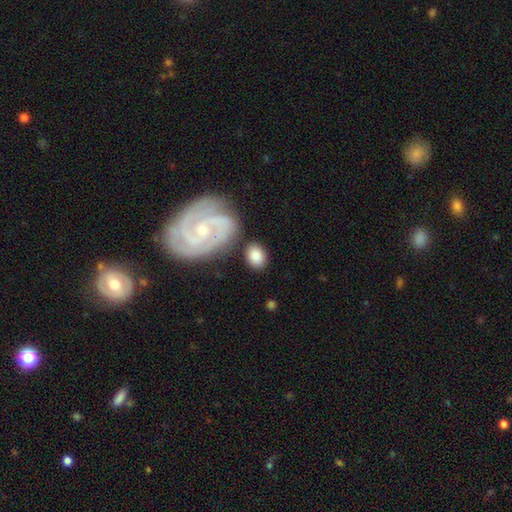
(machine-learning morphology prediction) smooth-or-featured: smooth: 77% | featured or disk: 18% | star or artifact: 6%
  how-rounded: in between: 71% | round: 27% | cigar-shaped: 1%
  merging: none: 73% | minor disturbance: 13% | merger: 8% | major disturbance: 5%